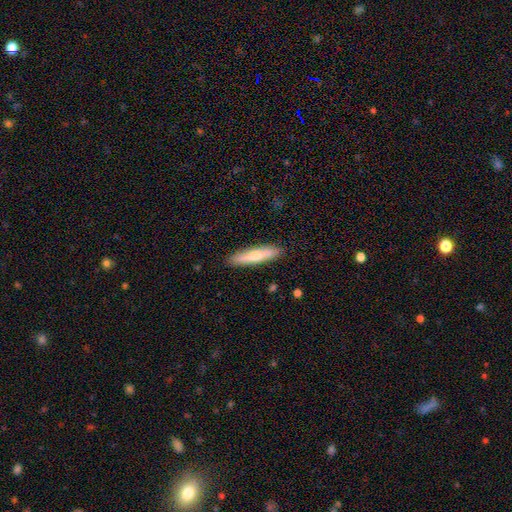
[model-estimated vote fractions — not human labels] Smooth or featured: smooth — 63% (featured or disk — 31%)
How rounded: cigar-shaped — 88% (in between — 10%)
Merging: none — 90% (minor disturbance — 8%)